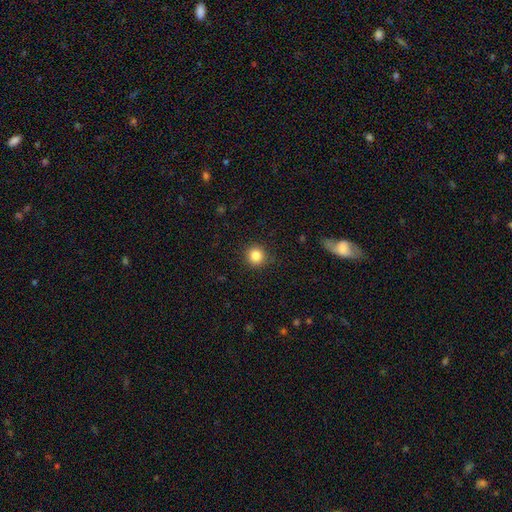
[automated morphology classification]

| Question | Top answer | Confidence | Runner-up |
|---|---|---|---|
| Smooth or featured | smooth | 84% | star or artifact (11%) |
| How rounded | round | 93% | in between (6%) |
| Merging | none | 90% | minor disturbance (6%) |